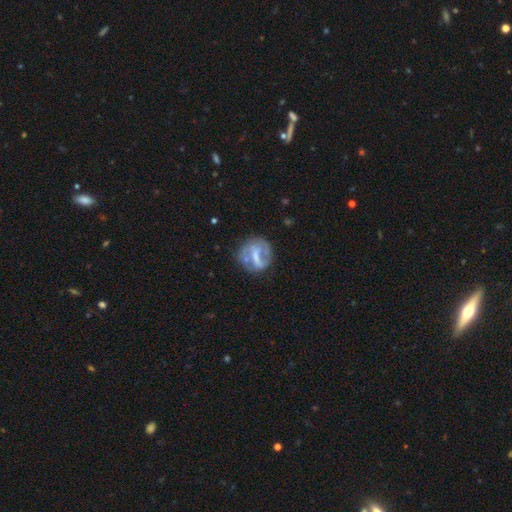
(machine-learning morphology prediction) Q: Smooth or featured?
A: featured or disk (61%); runner-up: smooth (31%)
Q: Edge-on disk?
A: no (97%); runner-up: yes (3%)
Q: Bar?
A: strong (40%); runner-up: weak (38%)
Q: Spiral arms?
A: yes (51%); runner-up: no (49%)
Q: Bulge size?
A: none (39%); runner-up: moderate (27%)
Q: Merging?
A: none (58%); runner-up: minor disturbance (21%)